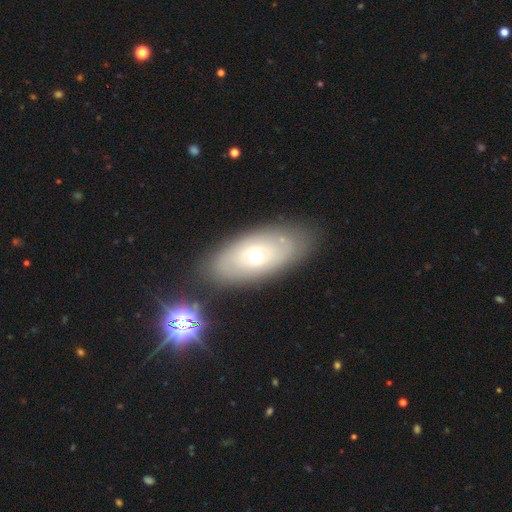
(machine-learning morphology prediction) Smooth or featured? featured or disk (48%)
Merging? none (81%)